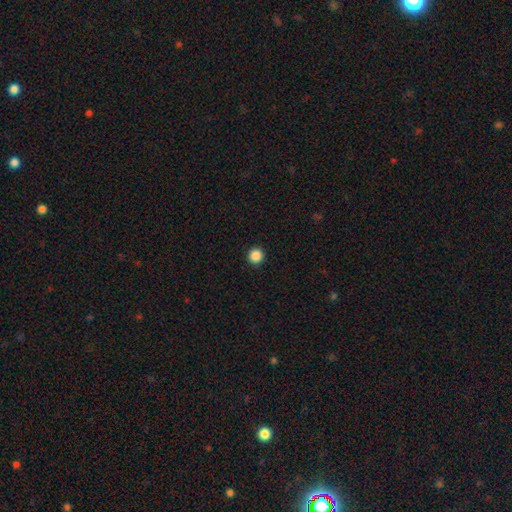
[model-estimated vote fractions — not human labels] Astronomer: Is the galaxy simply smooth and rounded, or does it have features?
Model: smooth — 88%.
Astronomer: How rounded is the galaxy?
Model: round — 96%.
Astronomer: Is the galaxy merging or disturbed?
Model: none — 94%.